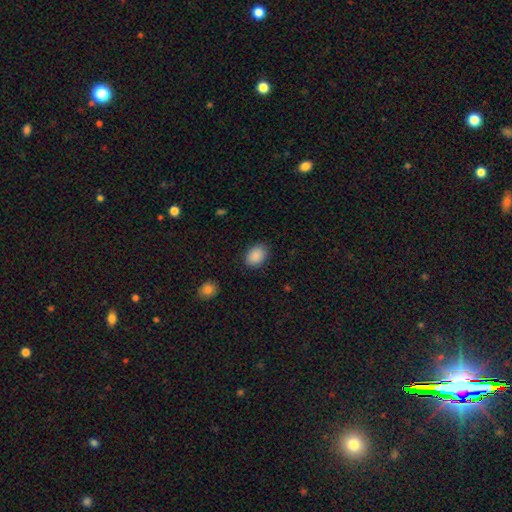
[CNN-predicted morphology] Smooth or featured: smooth — 89% (star or artifact — 8%)
How rounded: in between — 73% (round — 26%)
Merging: none — 86% (minor disturbance — 10%)